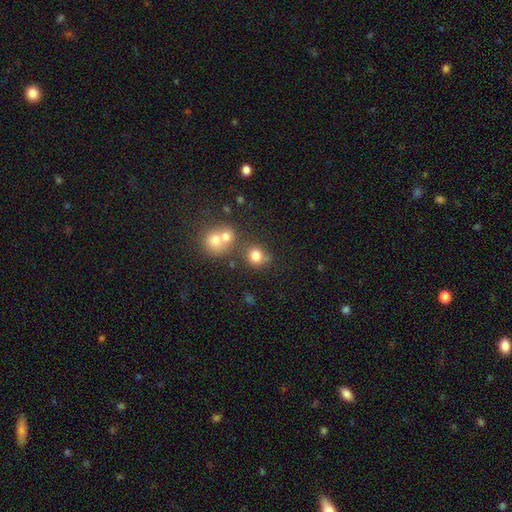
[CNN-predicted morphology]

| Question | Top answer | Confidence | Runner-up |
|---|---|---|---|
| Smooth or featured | smooth | 78% | star or artifact (14%) |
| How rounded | round | 79% | in between (20%) |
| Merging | none | 60% | merger (25%) |